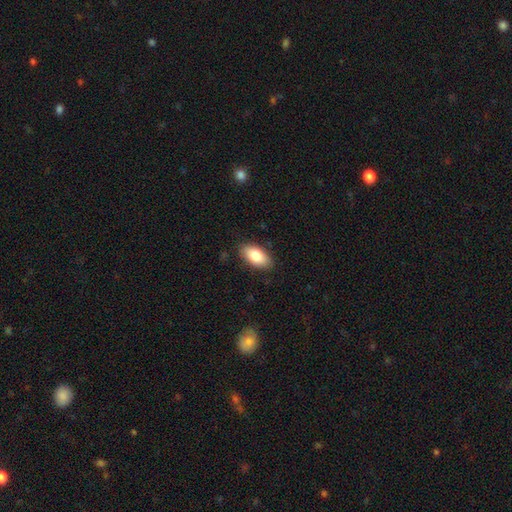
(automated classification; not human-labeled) smooth 82%, featured or disk 11%, star or artifact 6%. Down the decision tree: how rounded — in between (93%); merging — none (86%).